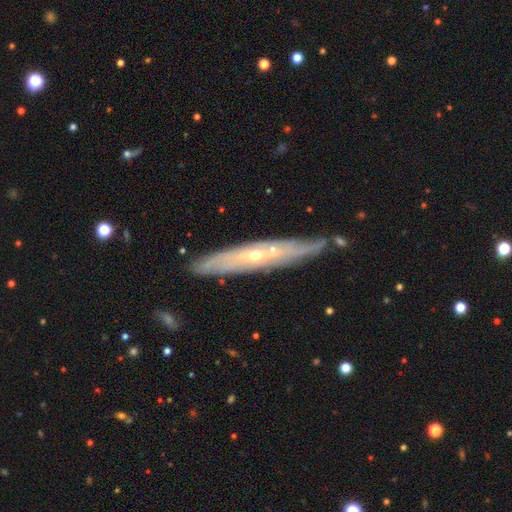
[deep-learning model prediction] This is likely a featured or disk galaxy (76%). It is likely viewed edge-on (65%). Merging: likely none (79%).